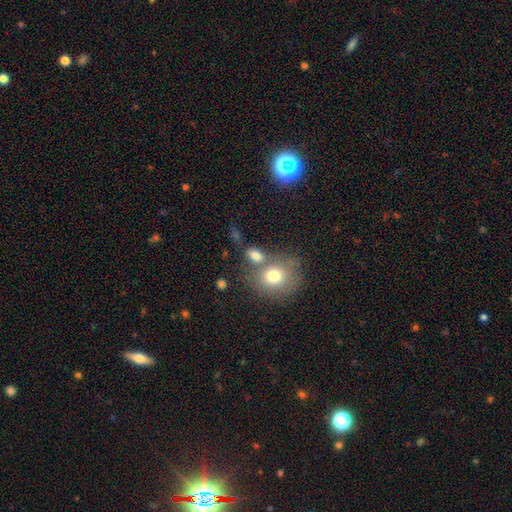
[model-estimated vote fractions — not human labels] Smooth or featured? Predicted: smooth (p=0.76). How rounded? Predicted: in between (p=0.61). Merging? Predicted: none (p=0.42).